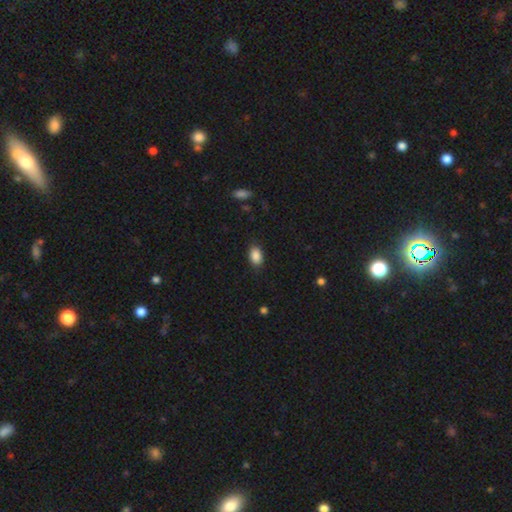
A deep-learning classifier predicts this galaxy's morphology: Smooth or featured? Predicted: smooth (p=0.88). How rounded? Predicted: in between (p=0.88). Merging? Predicted: none (p=0.84).